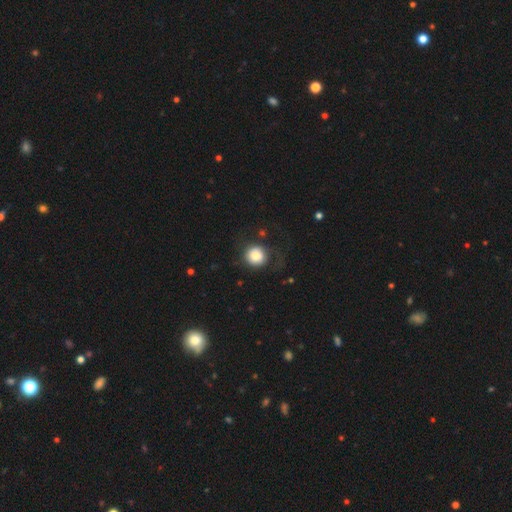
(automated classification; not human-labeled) Q: Smooth or featured?
A: smooth (79%); runner-up: featured or disk (13%)
Q: How rounded?
A: round (89%); runner-up: in between (10%)
Q: Merging?
A: none (63%); runner-up: minor disturbance (18%)